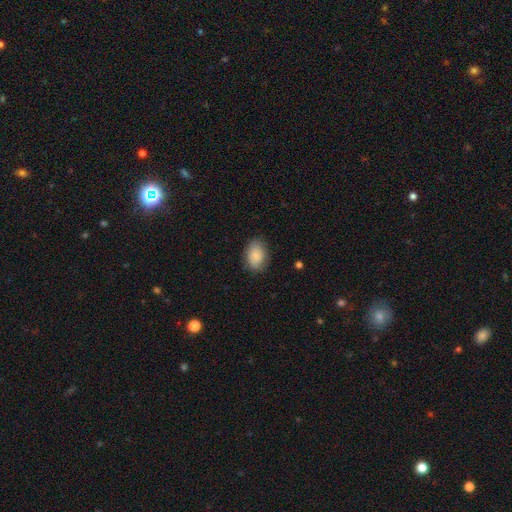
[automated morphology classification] Smooth or featured? smooth (87%)
How rounded? in between (83%)
Merging? none (78%)